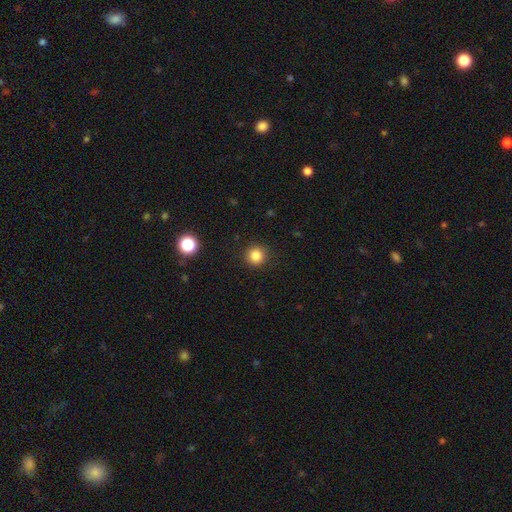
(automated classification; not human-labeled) smooth 84%, star or artifact 12%, featured or disk 4%. Down the decision tree: how rounded — round (94%); merging — none (91%).